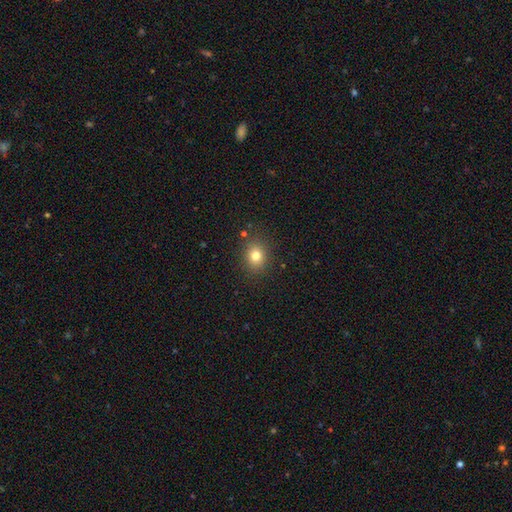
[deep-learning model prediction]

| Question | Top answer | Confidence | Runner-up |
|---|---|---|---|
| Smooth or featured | smooth | 79% | star or artifact (13%) |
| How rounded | round | 64% | in between (35%) |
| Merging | none | 86% | minor disturbance (9%) |